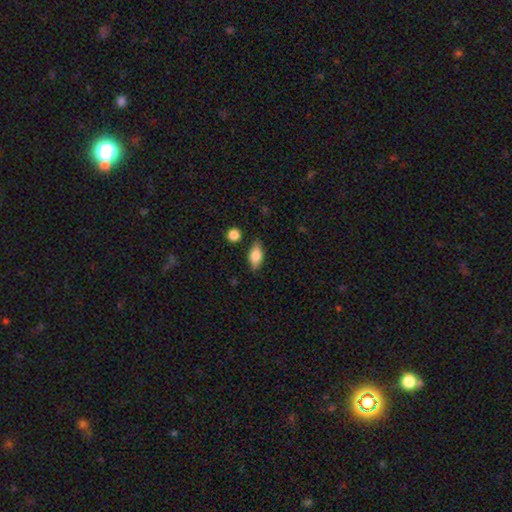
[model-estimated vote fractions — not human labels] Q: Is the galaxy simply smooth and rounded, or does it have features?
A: smooth — 74%.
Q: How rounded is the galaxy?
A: in between — 83%.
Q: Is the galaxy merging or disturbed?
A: none — 80%.